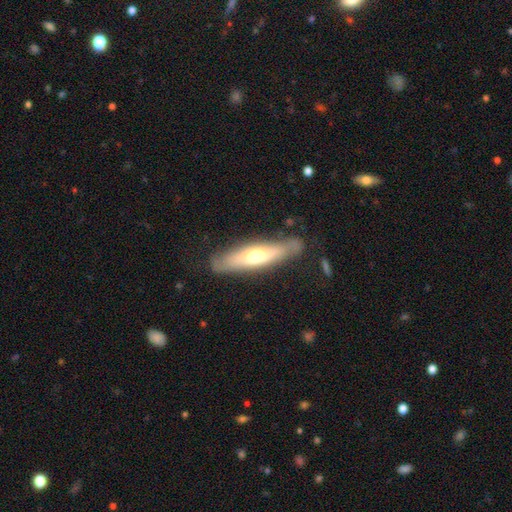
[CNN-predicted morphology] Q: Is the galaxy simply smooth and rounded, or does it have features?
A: smooth — 48%.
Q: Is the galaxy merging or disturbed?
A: none — 77%.